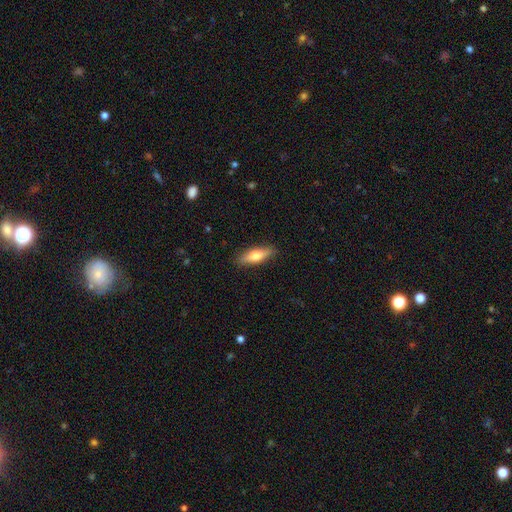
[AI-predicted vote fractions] Smooth or featured? smooth (66%)
How rounded? cigar-shaped (51%)
Merging? none (87%)